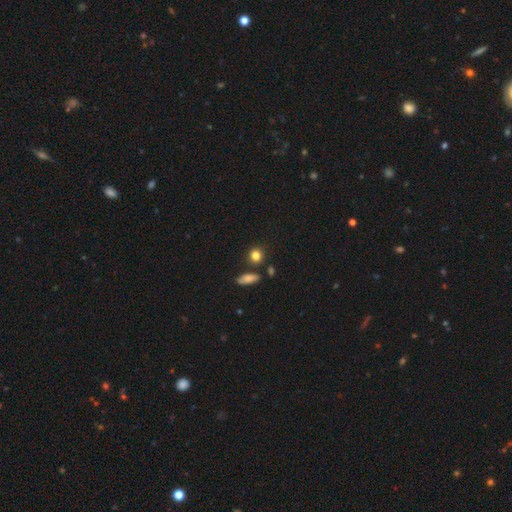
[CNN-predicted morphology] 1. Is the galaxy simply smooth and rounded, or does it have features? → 84% smooth, 10% star or artifact, 6% featured or disk.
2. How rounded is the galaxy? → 76% round, 21% in between, 3% cigar-shaped.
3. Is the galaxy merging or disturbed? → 78% none, 11% minor disturbance, 8% merger, 3% major disturbance.